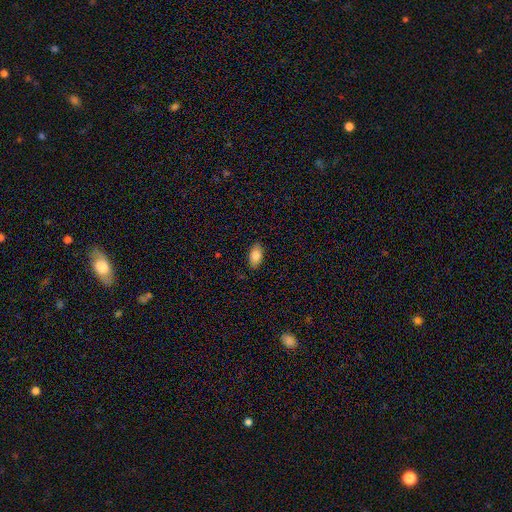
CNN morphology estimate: This is clearly a smooth galaxy (85%). How rounded: clearly in between (93%). Merging: clearly none (86%).